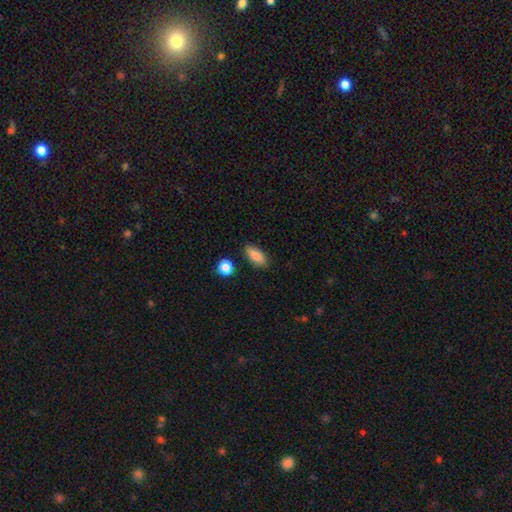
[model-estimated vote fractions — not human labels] smooth_or_featured: smooth (p=0.85) [alt: star or artifact p=0.07]
how_rounded: in between (p=0.86) [alt: cigar-shaped p=0.10]
merging: none (p=0.83) [alt: minor disturbance p=0.11]